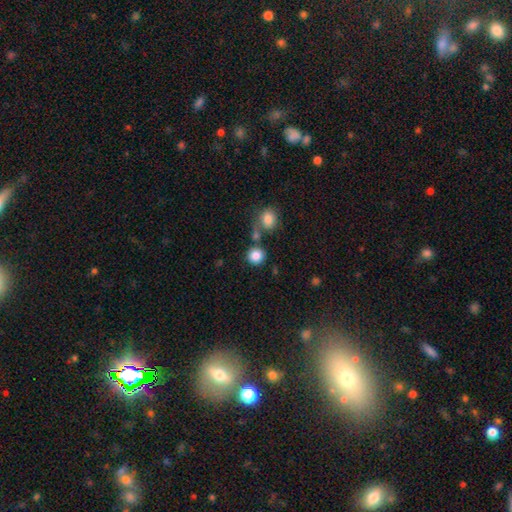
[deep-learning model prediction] Q: Smooth or featured?
A: smooth (85%); runner-up: star or artifact (10%)
Q: How rounded?
A: round (89%); runner-up: in between (10%)
Q: Merging?
A: none (70%); runner-up: merger (17%)